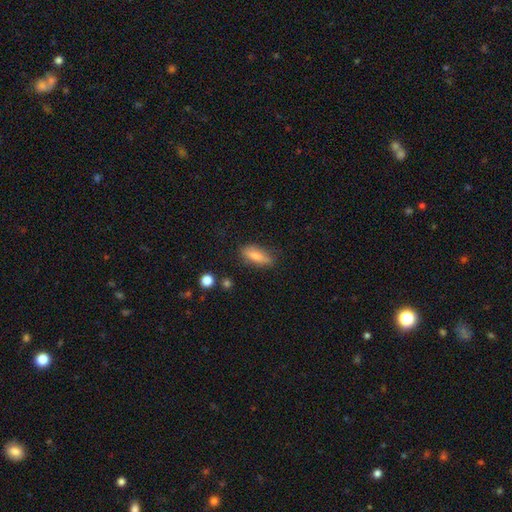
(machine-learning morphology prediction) Smooth or featured? smooth (73%)
How rounded? in between (57%)
Merging? none (80%)